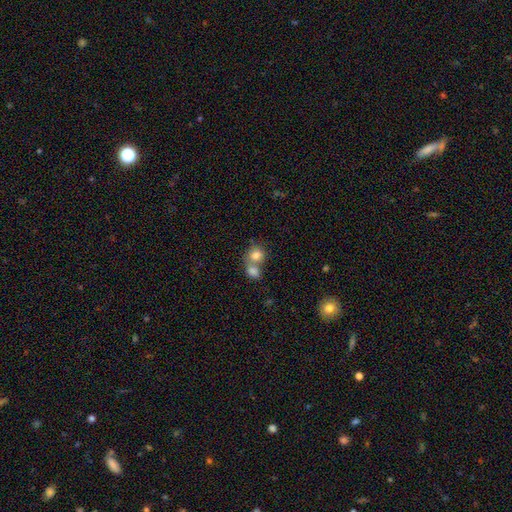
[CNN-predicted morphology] Smooth or featured? smooth (80%)
How rounded? round (68%)
Merging? merger (59%)